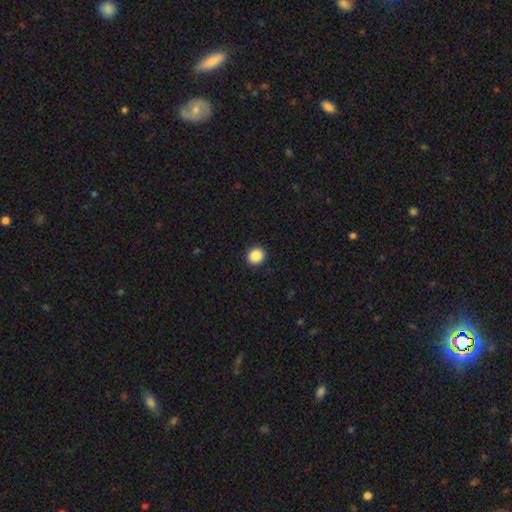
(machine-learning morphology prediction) This is clearly a smooth galaxy (88%). How rounded: clearly round (88%). Merging: clearly none (93%).